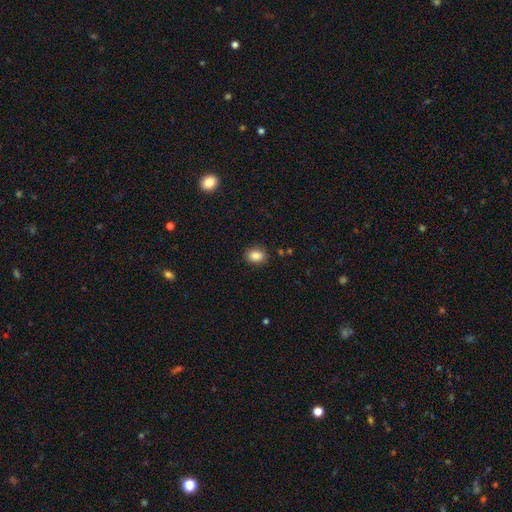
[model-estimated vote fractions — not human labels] A smooth galaxy with no disk features (86%) that is in between round and cigar-shaped (60%).

Vote fractions:
- Smooth or featured? smooth: 86% / star or artifact: 9% / featured or disk: 5%
- How rounded? in between: 60% / round: 39% / cigar-shaped: 1%
- Merging? none: 88% / minor disturbance: 9% / major disturbance: 2% / merger: 1%